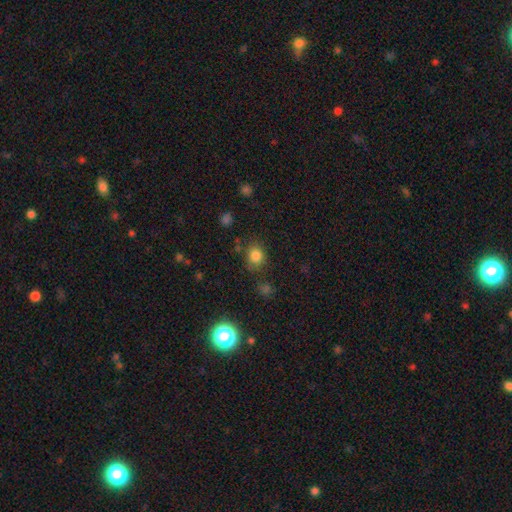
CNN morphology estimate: This appears to be a smooth galaxy with no disk features (81%) that is round (65%). Merging: none (75%).